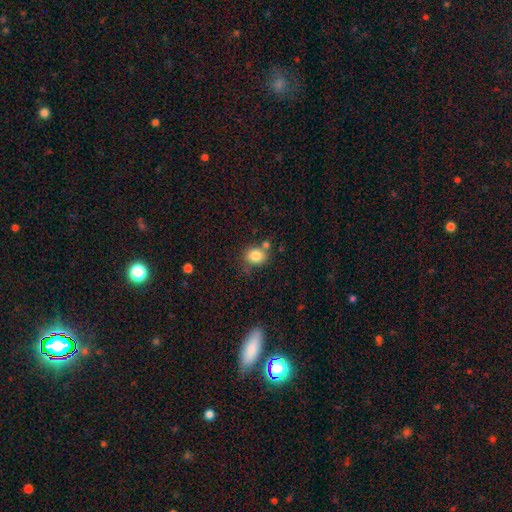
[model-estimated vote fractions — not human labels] The model was most divided on "how rounded": round: 65%, in between: 34%, cigar-shaped: 1%. More confident: smooth or featured — smooth (83%); merging — none (62%).